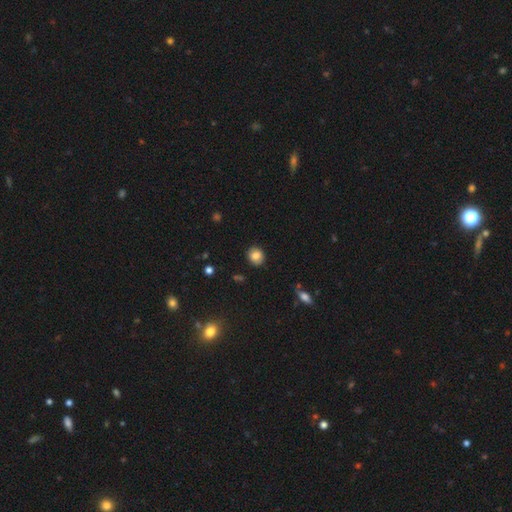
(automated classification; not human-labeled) Q: Smooth or featured?
A: smooth (81%); runner-up: featured or disk (10%)
Q: How rounded?
A: round (76%); runner-up: in between (23%)
Q: Merging?
A: none (87%); runner-up: minor disturbance (9%)